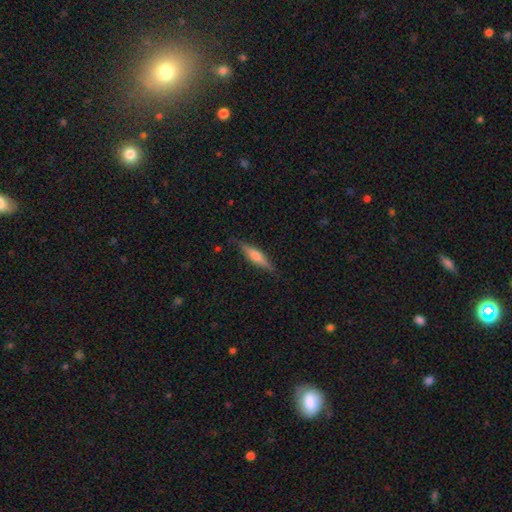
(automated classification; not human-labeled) A featured or disk galaxy (61%) viewed edge-on (96%) with a rounded central bulge (79%). Merging: none (87%).